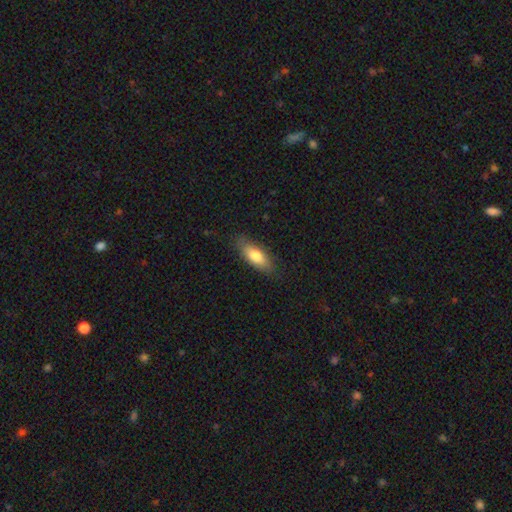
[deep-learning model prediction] This appears to be a smooth galaxy with no disk features (76%) that is in between round and cigar-shaped (71%). Merging: none (81%).